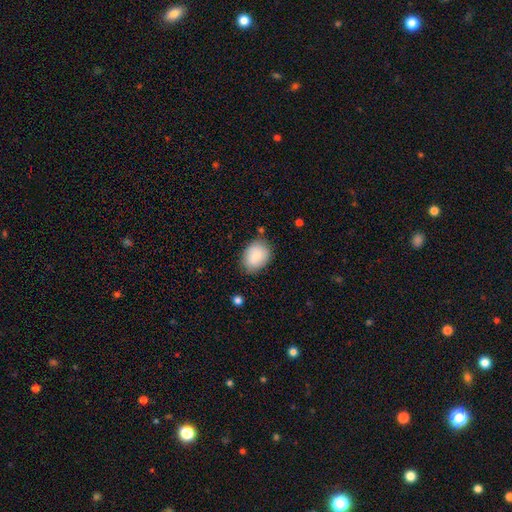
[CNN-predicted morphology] A smooth galaxy with no disk features (84%) that is in between round and cigar-shaped (72%).

Vote fractions:
- Smooth or featured? smooth: 84% / featured or disk: 10% / star or artifact: 6%
- How rounded? in between: 72% / round: 27% / cigar-shaped: 1%
- Merging? none: 78% / minor disturbance: 17% / major disturbance: 3% / merger: 2%